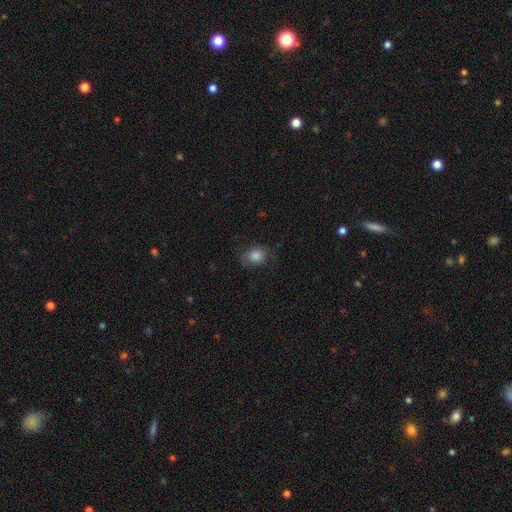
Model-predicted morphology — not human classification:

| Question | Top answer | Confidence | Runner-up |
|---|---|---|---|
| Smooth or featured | smooth | 83% | star or artifact (10%) |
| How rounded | round | 52% | in between (46%) |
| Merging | none | 72% | minor disturbance (20%) |